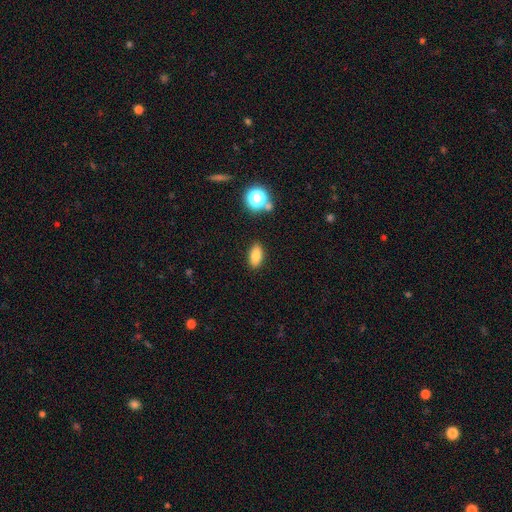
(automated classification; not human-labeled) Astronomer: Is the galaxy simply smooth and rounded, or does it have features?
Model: smooth — 82%.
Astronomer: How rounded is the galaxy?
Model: in between — 87%.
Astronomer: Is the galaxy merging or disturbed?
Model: none — 87%.